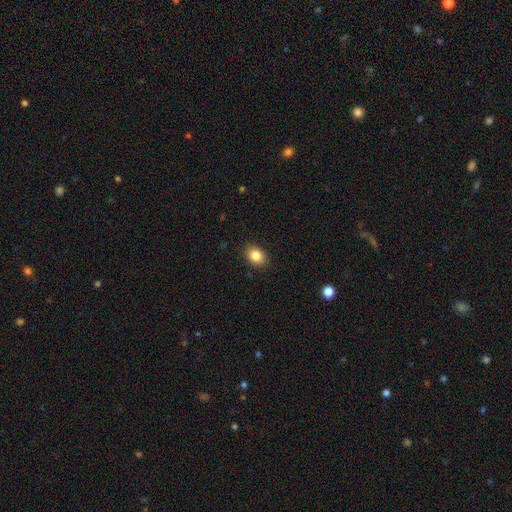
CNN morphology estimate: smooth 85%, star or artifact 9%, featured or disk 6%. Down the decision tree: how rounded — in between (66%); merging — none (89%).